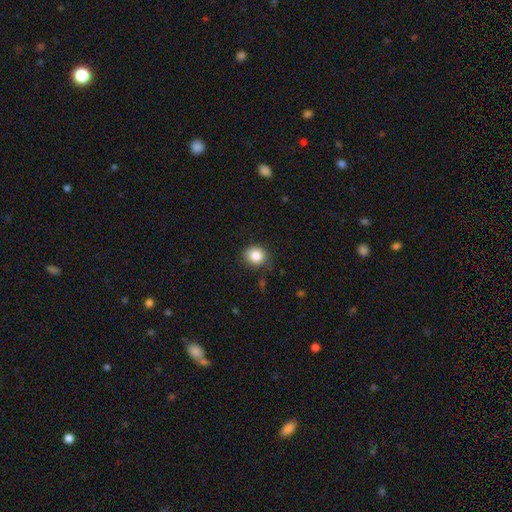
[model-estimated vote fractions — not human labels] The model was most divided on "how rounded": round: 79%, in between: 20%, cigar-shaped: 1%. More confident: smooth or featured — smooth (85%); merging — none (78%).